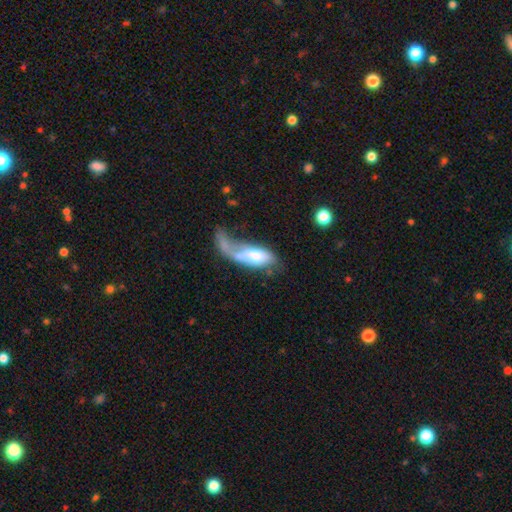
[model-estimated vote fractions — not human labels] Q: Smooth or featured?
A: smooth (57%); runner-up: featured or disk (36%)
Q: How rounded?
A: in between (78%); runner-up: cigar-shaped (19%)
Q: Merging?
A: major disturbance (44%); runner-up: merger (27%)